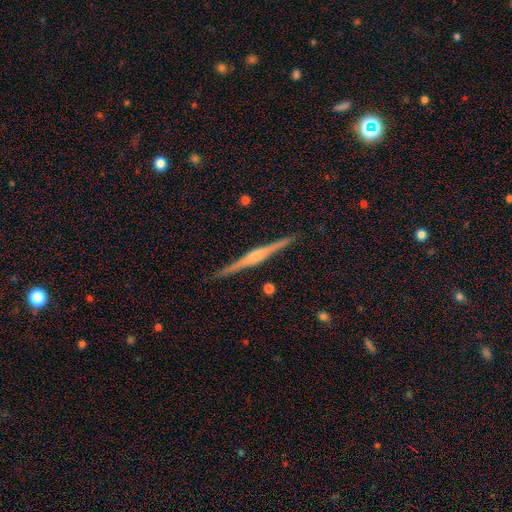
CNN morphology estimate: Smooth or featured? featured or disk (82%)
Edge-on disk? yes (99%)
Edge-on bulge? rounded (76%)
Merging? none (91%)